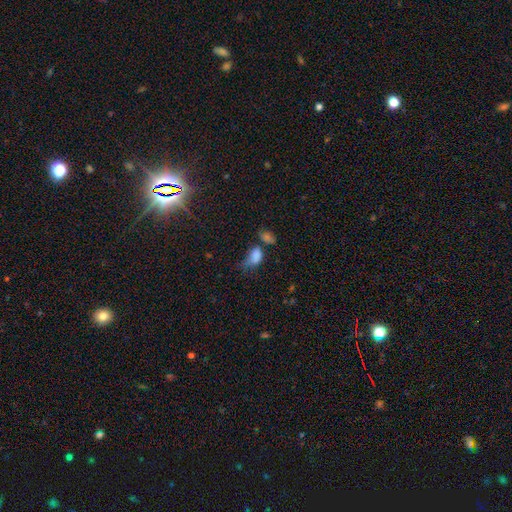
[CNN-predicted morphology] type=smooth (74%); roundness=in between (84%); merging=major disturbance (28%).